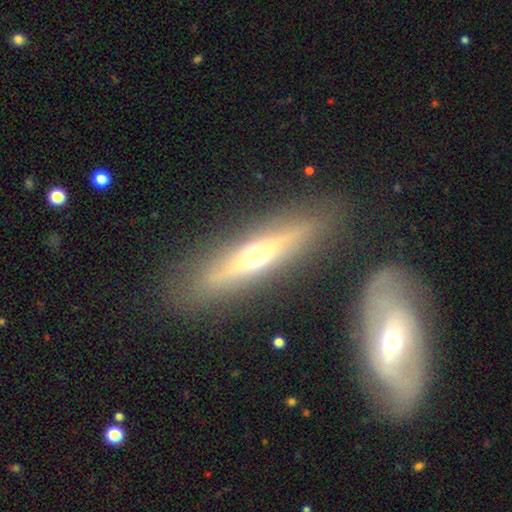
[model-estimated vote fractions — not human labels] The model was most divided on "smooth or featured": featured or disk: 66%, smooth: 28%, star or artifact: 7%. More confident: edge-on bulge — rounded (90%); edge-on disk — yes (90%); merging — none (82%).